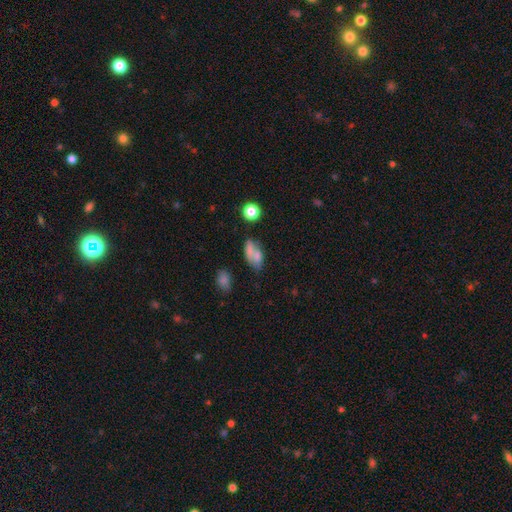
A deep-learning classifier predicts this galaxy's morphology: type=smooth (66%); roundness=in between (82%); merging=none (37%).